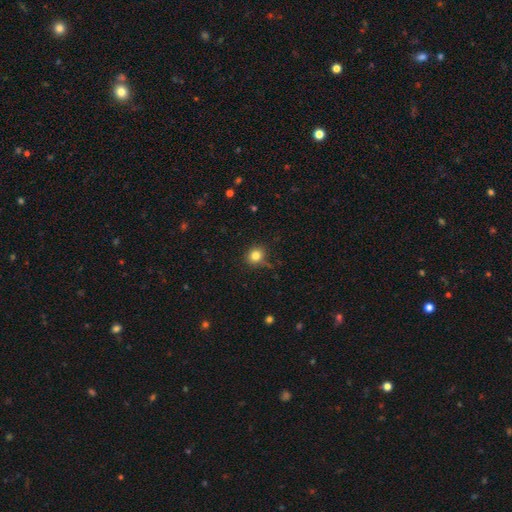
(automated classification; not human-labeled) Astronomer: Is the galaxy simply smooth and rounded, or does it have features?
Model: smooth — 82%.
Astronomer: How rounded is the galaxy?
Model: round — 84%.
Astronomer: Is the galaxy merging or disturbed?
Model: none — 80%.